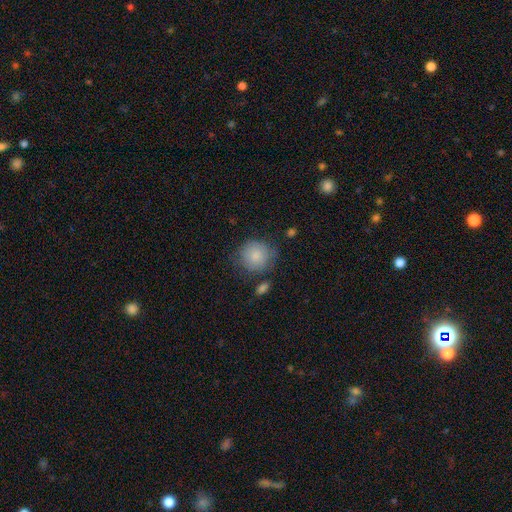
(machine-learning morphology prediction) type=smooth (84%); roundness=round (89%); merging=none (67%).